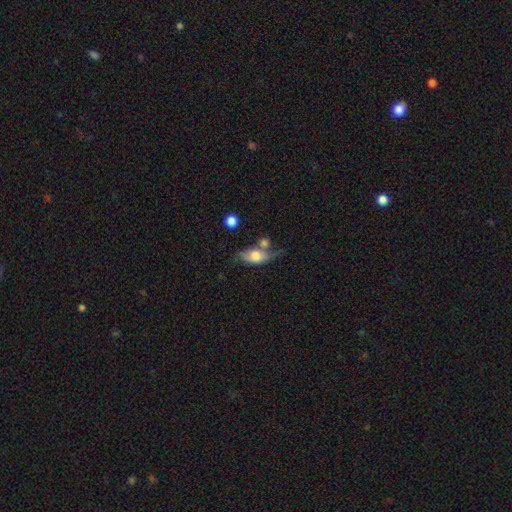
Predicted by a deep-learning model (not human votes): smooth-or-featured: smooth: 57% | featured or disk: 35% | star or artifact: 7%
  how-rounded: in between: 79% | cigar-shaped: 11% | round: 9%
  merging: none: 37% | merger: 27% | minor disturbance: 22% | major disturbance: 14%